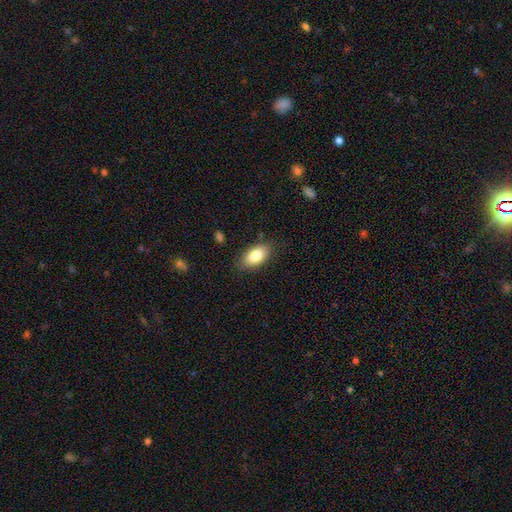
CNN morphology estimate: Smooth or featured? Predicted: smooth (p=0.84). How rounded? Predicted: in between (p=0.92). Merging? Predicted: none (p=0.83).